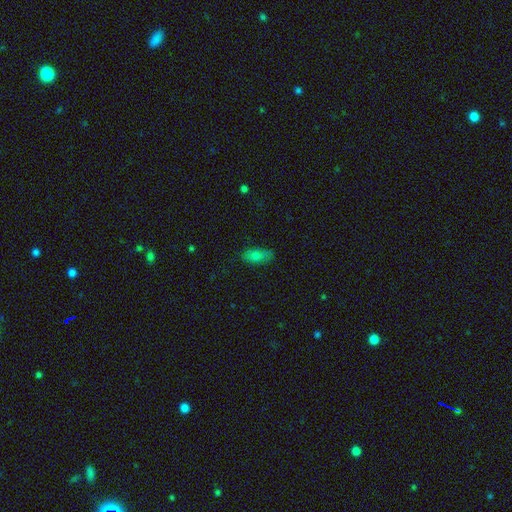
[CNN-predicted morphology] smooth 75%, featured or disk 15%, star or artifact 10%. Down the decision tree: how rounded — in between (85%); merging — none (79%).